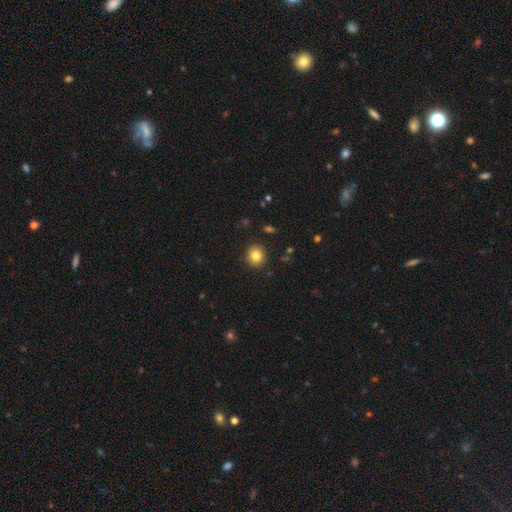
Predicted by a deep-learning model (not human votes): The model was most divided on "smooth or featured": smooth: 83%, star or artifact: 11%, featured or disk: 7%. More confident: merging — none (91%); how rounded — round (87%).